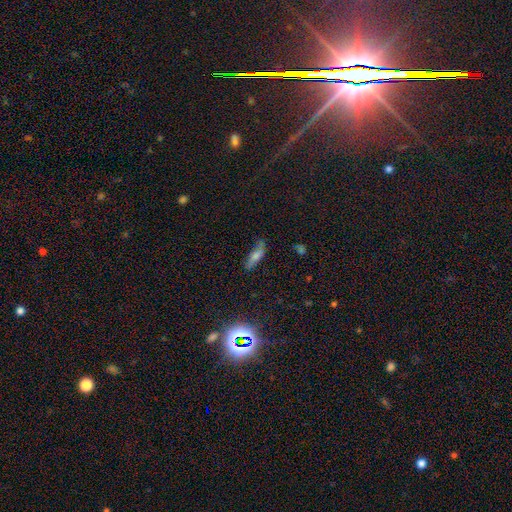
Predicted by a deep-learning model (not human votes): This appears to be a smooth galaxy with no disk features (48%). Merging: none (69%).